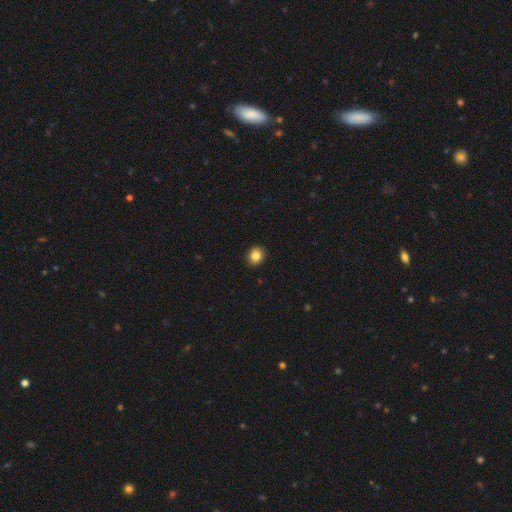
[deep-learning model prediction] Overall: smooth (84%). How rounded: round (74%). Merging: none (92%).